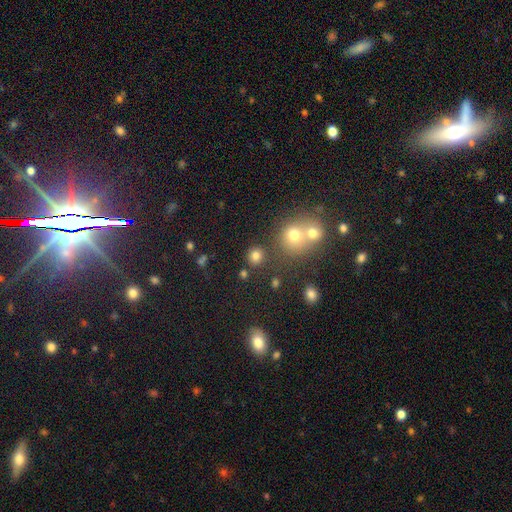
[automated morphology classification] Smooth or featured: smooth — 78% (star or artifact — 16%)
How rounded: round — 85% (in between — 14%)
Merging: none — 77% (merger — 12%)